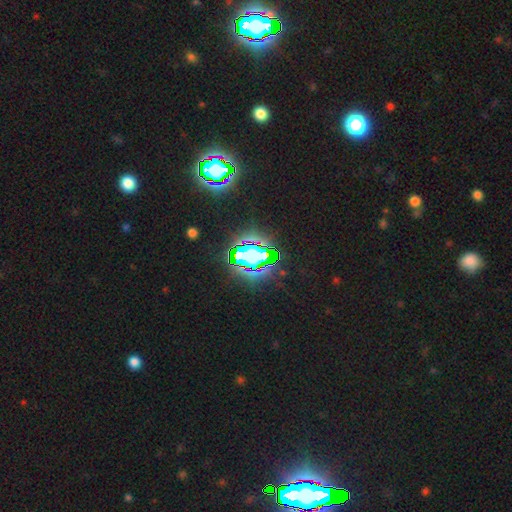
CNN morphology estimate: Smooth or featured? Predicted: star or artifact (p=0.80).